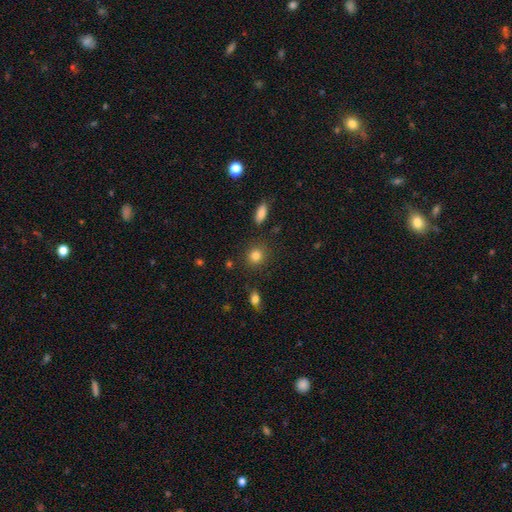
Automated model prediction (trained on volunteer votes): Q: Smooth or featured?
A: smooth (84%); runner-up: star or artifact (10%)
Q: How rounded?
A: round (83%); runner-up: in between (16%)
Q: Merging?
A: none (87%); runner-up: minor disturbance (8%)